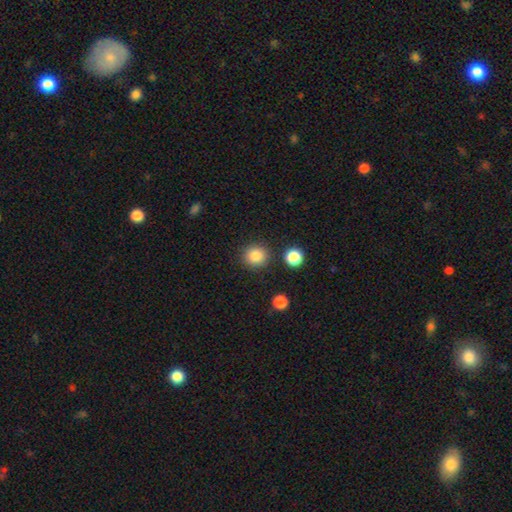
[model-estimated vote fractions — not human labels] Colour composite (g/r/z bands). It shows a smooth galaxy with no disk features (85%) that is round (89%). Merging: none (87%).